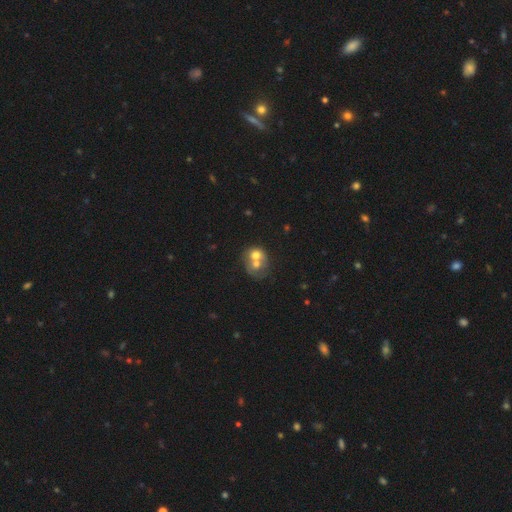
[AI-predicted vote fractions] Overall: smooth (59%; featured or disk 32%). How rounded: round (63%; in between 36%). Merging: merger (72%).